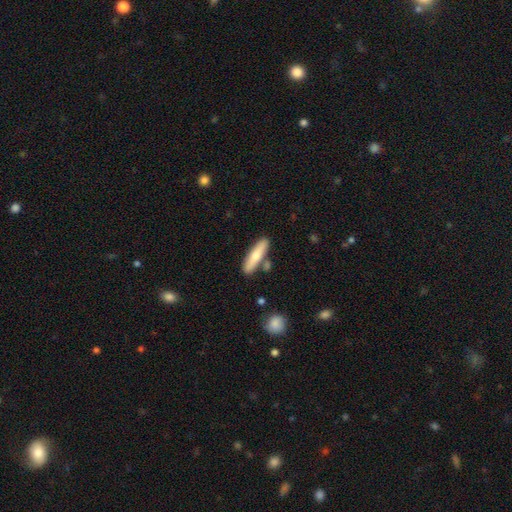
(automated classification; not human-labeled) Smooth or featured?
  - smooth: 70% *
  - featured or disk: 25%
  - star or artifact: 6%
How rounded?
  - cigar-shaped: 74% *
  - in between: 24%
  - round: 2%
Merging?
  - none: 78% *
  - minor disturbance: 11%
  - merger: 8%
  - major disturbance: 2%